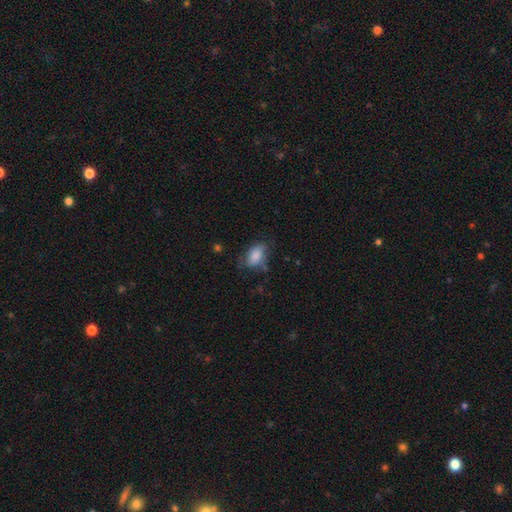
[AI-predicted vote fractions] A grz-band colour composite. It shows a smooth galaxy with no disk features (82%) that is in between round and cigar-shaped (89%). Merging: none (59%).